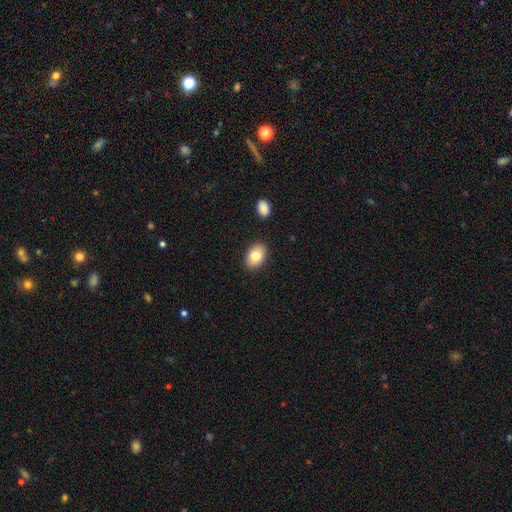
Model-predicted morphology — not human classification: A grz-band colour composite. It shows a smooth galaxy with no disk features (81%) that is in between round and cigar-shaped (83%). Merging: none (87%).